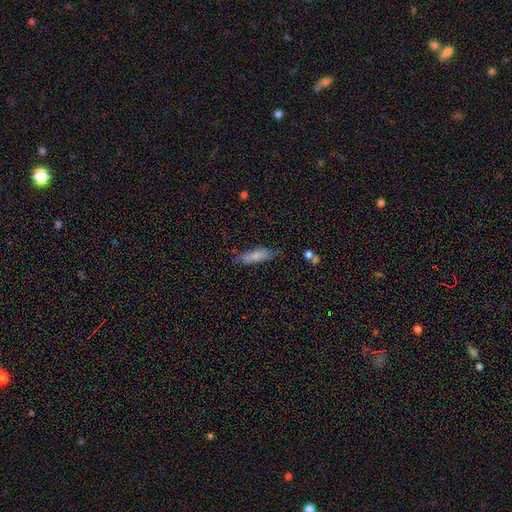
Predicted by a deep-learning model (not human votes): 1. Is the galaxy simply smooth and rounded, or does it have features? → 78% smooth, 15% featured or disk, 7% star or artifact.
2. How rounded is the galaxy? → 53% cigar-shaped, 46% in between, 2% round.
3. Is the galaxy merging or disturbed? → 67% none, 24% minor disturbance, 6% major disturbance, 3% merger.